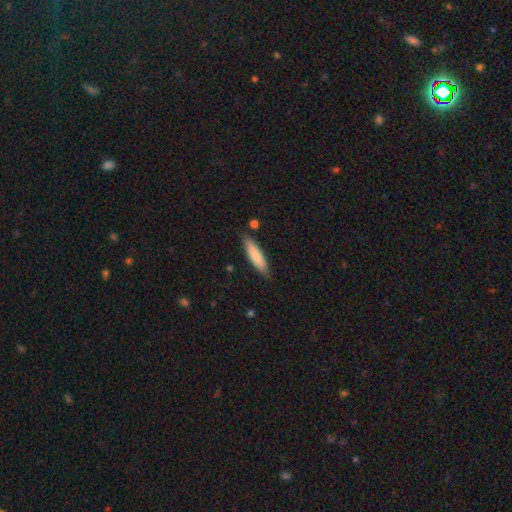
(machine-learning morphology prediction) A smooth galaxy with no disk features (81%) that is cigar-shaped (75%). Merging: none (84%).